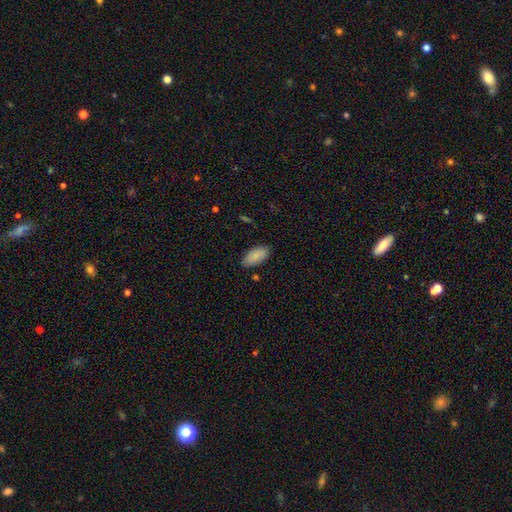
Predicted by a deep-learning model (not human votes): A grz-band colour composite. It shows a smooth galaxy with no disk features (83%) that is in between round and cigar-shaped (94%). Merging: none (81%).